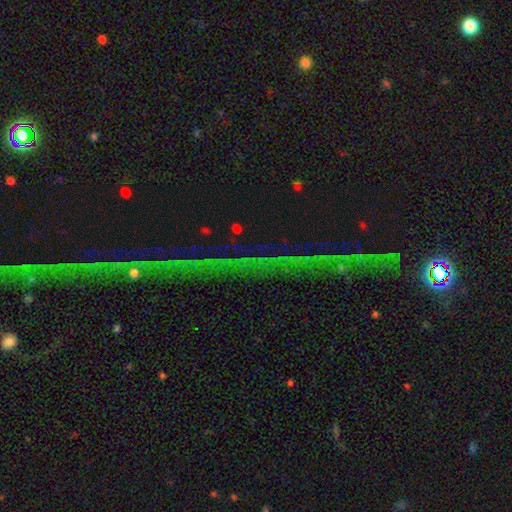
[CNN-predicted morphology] This appears to be a star or artifact, not a galaxy (78%).